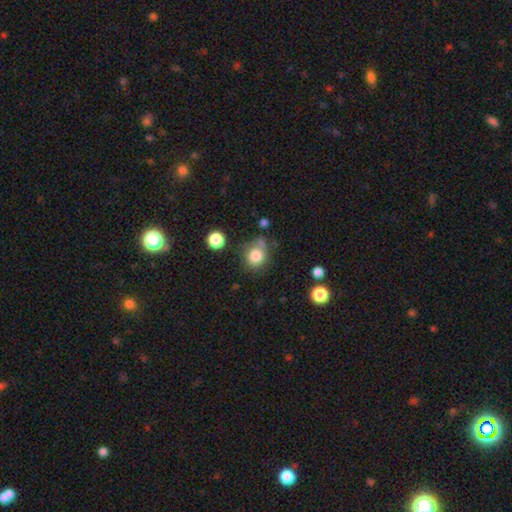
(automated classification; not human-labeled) Smooth or featured? smooth (81%)
How rounded? round (79%)
Merging? none (61%)